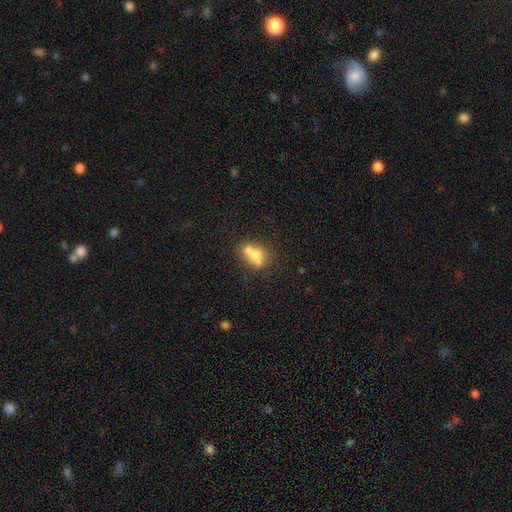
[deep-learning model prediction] A smooth galaxy with no disk features (64%) that is in between round and cigar-shaped (59%). Merging: merger (57%).